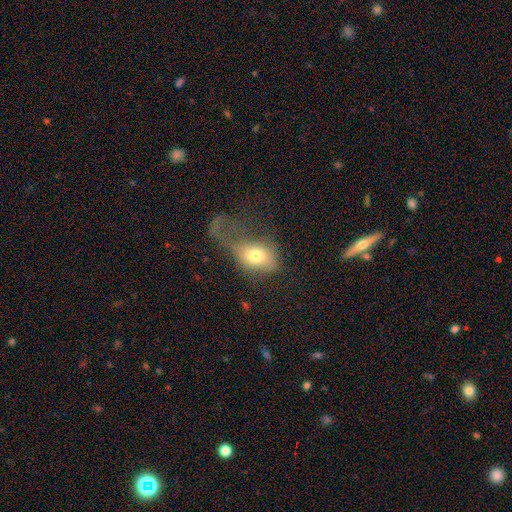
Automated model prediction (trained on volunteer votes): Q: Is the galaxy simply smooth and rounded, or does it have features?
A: smooth — 70%.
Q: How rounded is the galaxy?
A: in between — 74%.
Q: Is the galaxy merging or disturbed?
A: major disturbance — 62%.